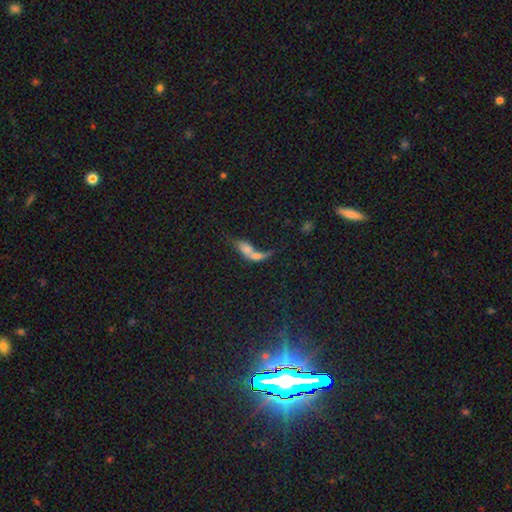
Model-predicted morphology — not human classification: Smooth or featured?
  - smooth: 58% *
  - featured or disk: 29%
  - star or artifact: 13%
How rounded?
  - in between: 68% *
  - cigar-shaped: 21%
  - round: 11%
Merging?
  - merger: 65% *
  - none: 17%
  - major disturbance: 10%
  - minor disturbance: 8%